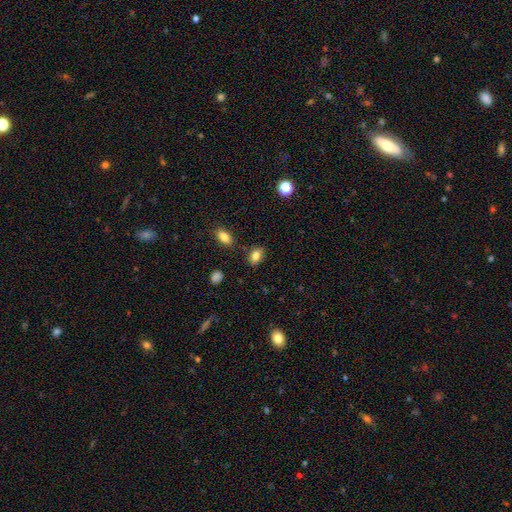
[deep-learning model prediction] Q: Smooth or featured?
A: smooth (83%); runner-up: star or artifact (10%)
Q: How rounded?
A: in between (82%); runner-up: round (16%)
Q: Merging?
A: none (83%); runner-up: minor disturbance (11%)